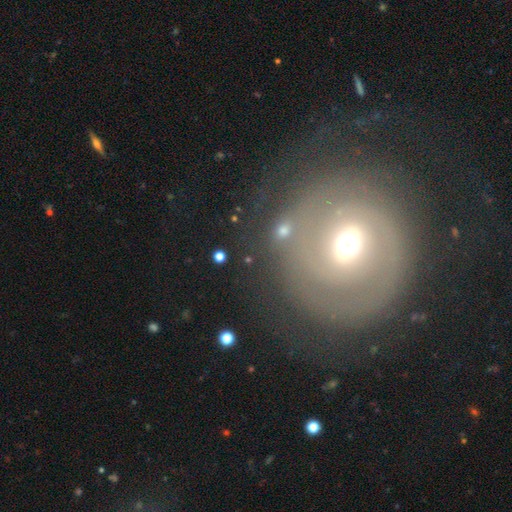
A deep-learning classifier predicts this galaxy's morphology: smooth_or_featured: featured or disk (p=0.71) [alt: smooth p=0.19]
disk_edge_on: no (p=0.96) [alt: yes p=0.04]
bar: weak (p=0.43) [alt: no p=0.41]
has_spiral_arms: yes (p=0.75) [alt: no p=0.25]
spiral_winding: tight (p=0.68) [alt: medium p=0.22]
spiral_arm_count: can't tell (p=0.36) [tied with: 2 p=0.36]
bulge_size: moderate (p=0.67) [alt: small p=0.21]
merging: none (p=0.69) [alt: minor disturbance p=0.15]